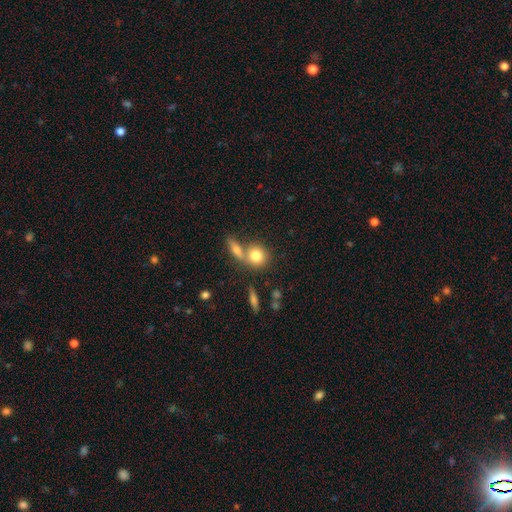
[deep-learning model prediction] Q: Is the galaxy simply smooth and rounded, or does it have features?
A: smooth — 78%.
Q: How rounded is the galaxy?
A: round — 74%.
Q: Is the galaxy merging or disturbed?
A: none — 48%.